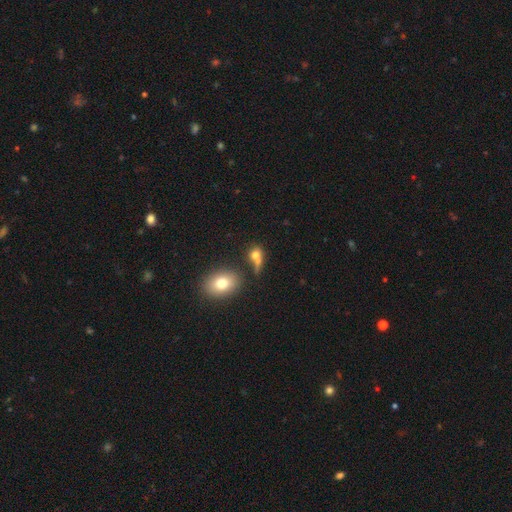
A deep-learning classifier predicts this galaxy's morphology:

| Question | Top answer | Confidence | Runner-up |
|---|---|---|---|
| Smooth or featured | smooth | 72% | featured or disk (14%) |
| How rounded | round | 48% | in between (46%) |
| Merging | none | 43% | merger (35%) |